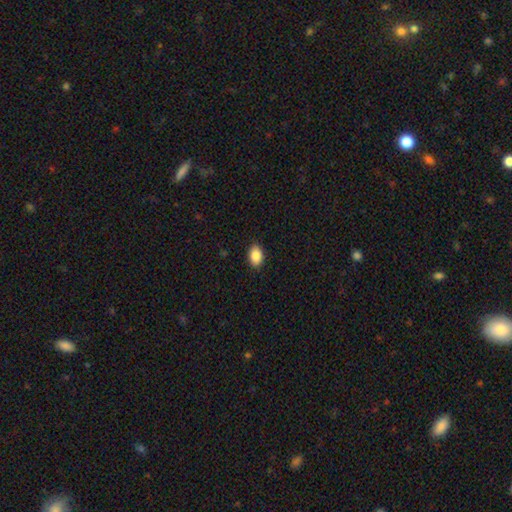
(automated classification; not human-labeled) This appears to be a smooth galaxy with no disk features (87%) that is in between round and cigar-shaped (86%). Merging: none (89%).